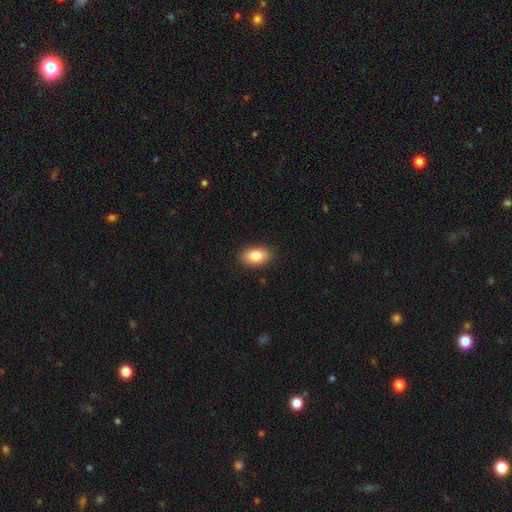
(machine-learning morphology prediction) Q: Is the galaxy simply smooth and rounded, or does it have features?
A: smooth — 85%.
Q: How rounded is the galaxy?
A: in between — 91%.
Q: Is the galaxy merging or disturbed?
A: none — 89%.